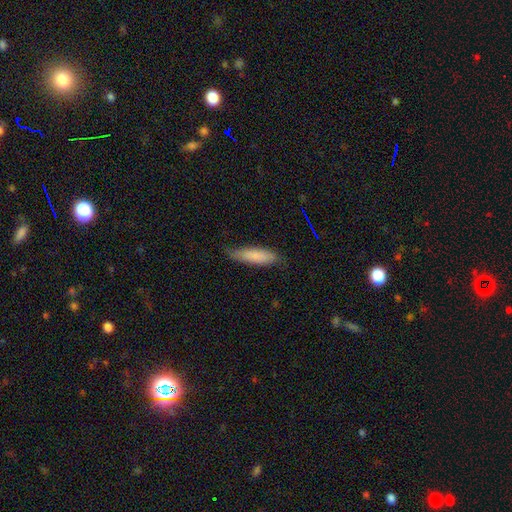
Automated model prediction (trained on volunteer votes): smooth 81%, featured or disk 13%, star or artifact 6%. Down the decision tree: how rounded — cigar-shaped (63%); merging — none (72%).